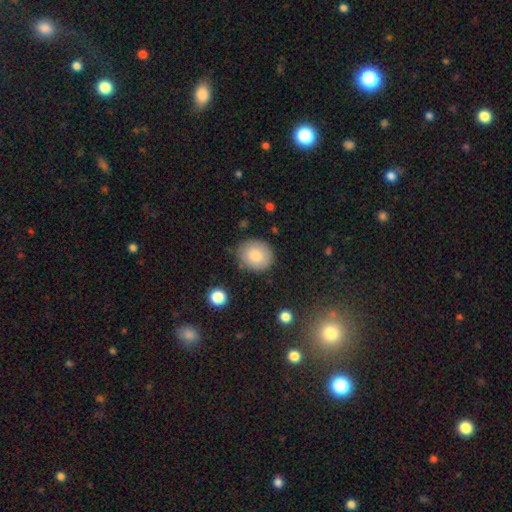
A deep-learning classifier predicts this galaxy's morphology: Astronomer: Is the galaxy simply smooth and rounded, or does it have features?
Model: smooth — 84%.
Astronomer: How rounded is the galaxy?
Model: round — 76%.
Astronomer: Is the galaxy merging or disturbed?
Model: none — 80%.